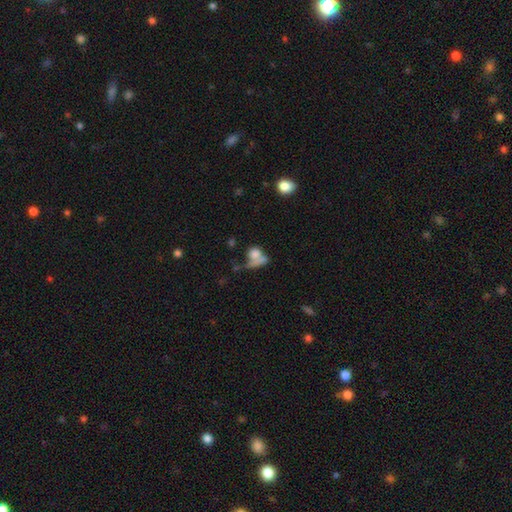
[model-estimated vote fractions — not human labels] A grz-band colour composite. It shows a smooth galaxy with no disk features (72%) that is round (66%). Merging: merger (41%).